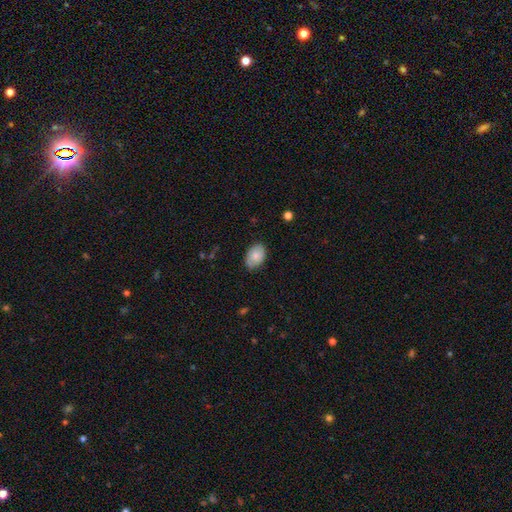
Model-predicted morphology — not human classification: Smooth or featured: smooth — 75% (featured or disk — 18%)
How rounded: in between — 87% (round — 12%)
Merging: none — 78% (minor disturbance — 18%)